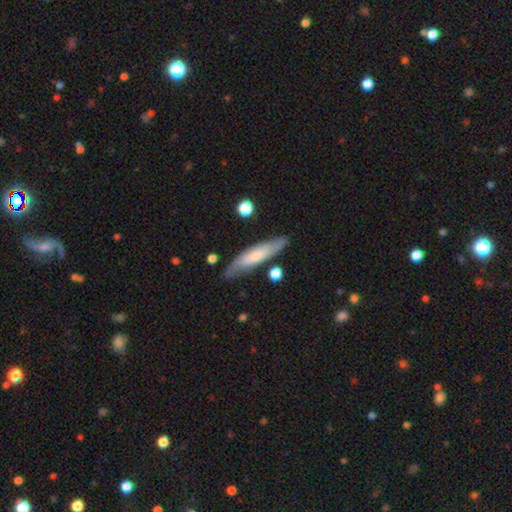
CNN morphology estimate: Overall: smooth (55%; featured or disk 40%). How rounded: cigar-shaped (78%). Merging: none (78%).